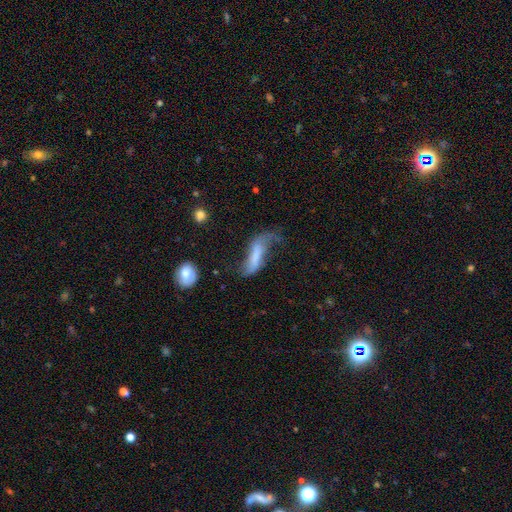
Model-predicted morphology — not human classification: A featured or disk galaxy (46%).

Vote fractions:
- Smooth or featured? featured or disk: 46% / smooth: 45% / star or artifact: 10%
- Merging? major disturbance: 39% / none: 29% / minor disturbance: 25% / merger: 8%